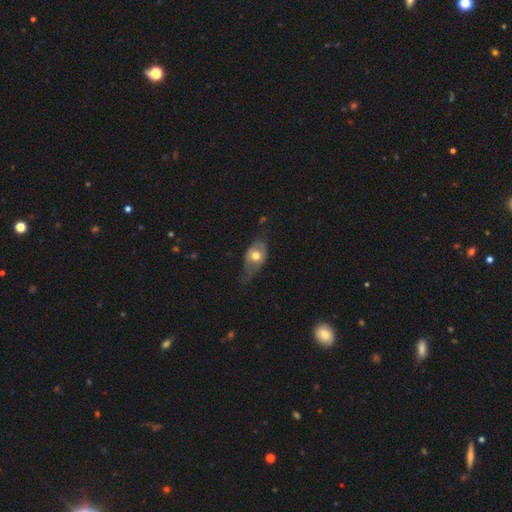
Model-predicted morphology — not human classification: A smooth galaxy with no disk features (58%) that is in between round and cigar-shaped (82%). Merging: minor disturbance (41%).